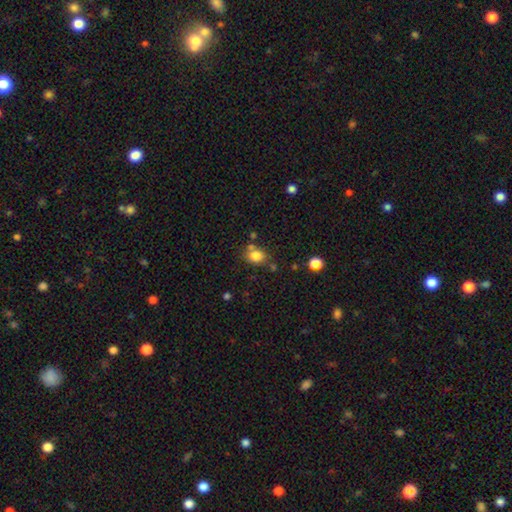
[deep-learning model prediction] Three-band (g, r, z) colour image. It shows a smooth galaxy with no disk features (81%) that is round (53%). Merging: none (66%).